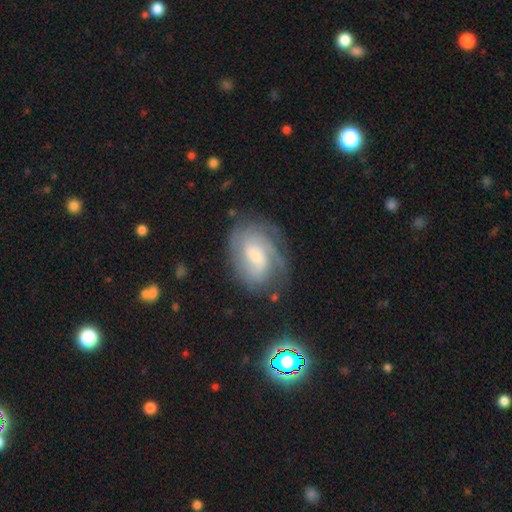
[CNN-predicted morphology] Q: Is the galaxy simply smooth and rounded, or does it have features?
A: featured or disk — 79%.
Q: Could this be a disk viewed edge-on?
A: no — 97%.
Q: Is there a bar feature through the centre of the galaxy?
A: no — 47%.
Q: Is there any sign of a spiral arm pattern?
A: yes — 95%.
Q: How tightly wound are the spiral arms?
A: tight — 54%.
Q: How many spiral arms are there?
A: can't tell — 31%.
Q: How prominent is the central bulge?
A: small — 55%.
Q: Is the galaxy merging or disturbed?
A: none — 70%.